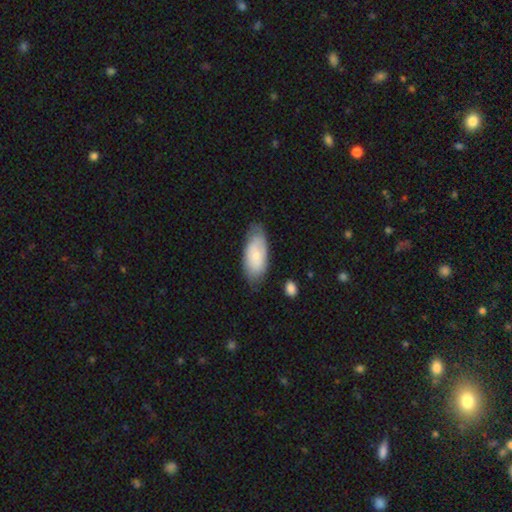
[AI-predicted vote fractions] Overall: smooth (57%; featured or disk 37%). How rounded: in between (90%). Merging: none (69%).